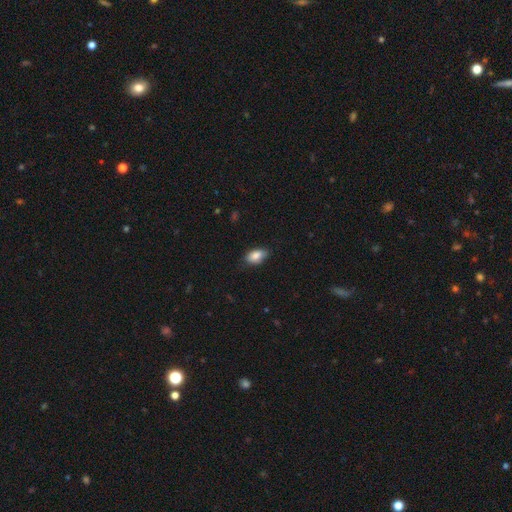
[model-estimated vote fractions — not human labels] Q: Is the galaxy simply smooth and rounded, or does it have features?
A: smooth — 84%.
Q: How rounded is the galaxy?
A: in between — 91%.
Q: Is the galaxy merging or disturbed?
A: none — 74%.